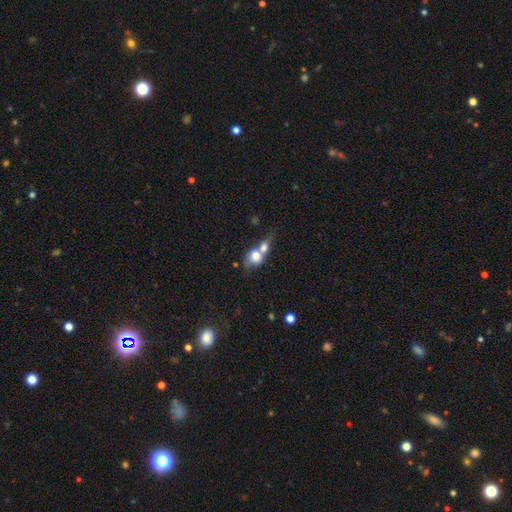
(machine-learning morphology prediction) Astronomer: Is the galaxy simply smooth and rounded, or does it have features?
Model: smooth — 71%.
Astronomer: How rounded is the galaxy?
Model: round — 58% (runner-up: in between, 39%).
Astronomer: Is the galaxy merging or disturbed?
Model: merger — 73%.